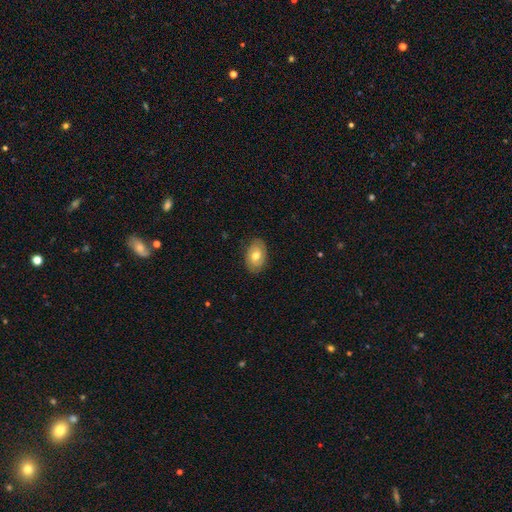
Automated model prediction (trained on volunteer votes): smooth 53%, featured or disk 40%, star or artifact 7%. Down the decision tree: how rounded — in between (86%); merging — none (83%).